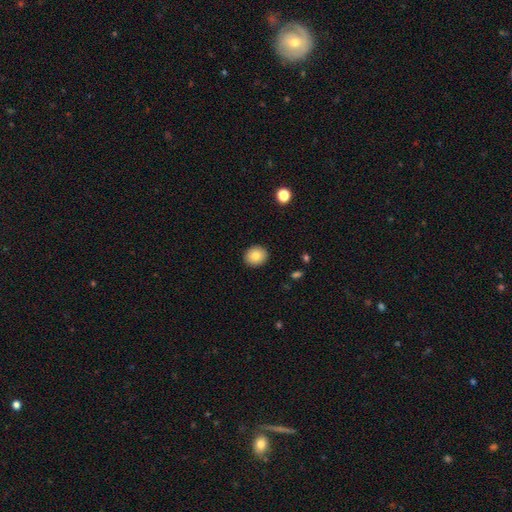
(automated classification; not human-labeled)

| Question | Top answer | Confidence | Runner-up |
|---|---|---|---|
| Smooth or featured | smooth | 83% | star or artifact (9%) |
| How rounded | round | 71% | in between (28%) |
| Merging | none | 91% | minor disturbance (6%) |